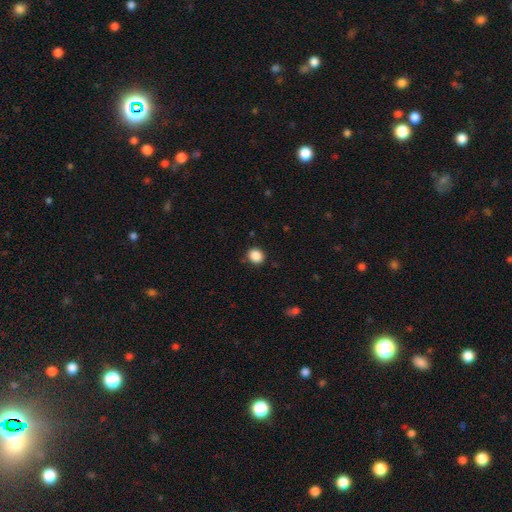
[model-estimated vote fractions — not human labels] smooth-or-featured: smooth: 88% | star or artifact: 9% | featured or disk: 3%
  how-rounded: round: 77% | in between: 22% | cigar-shaped: 1%
  merging: none: 88% | minor disturbance: 8% | major disturbance: 2% | merger: 1%